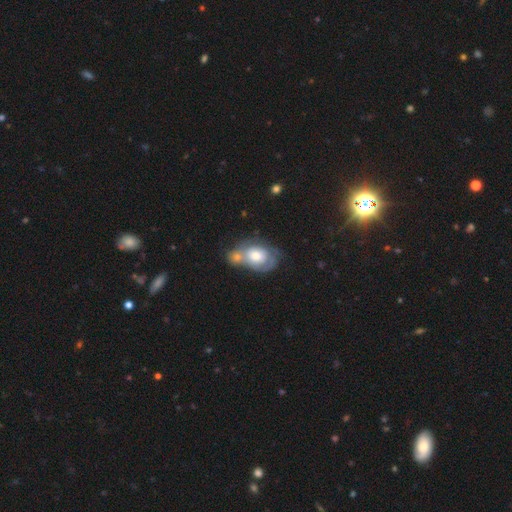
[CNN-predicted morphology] Smooth or featured? Predicted: smooth (p=0.49). Merging? Predicted: merger (p=0.52).